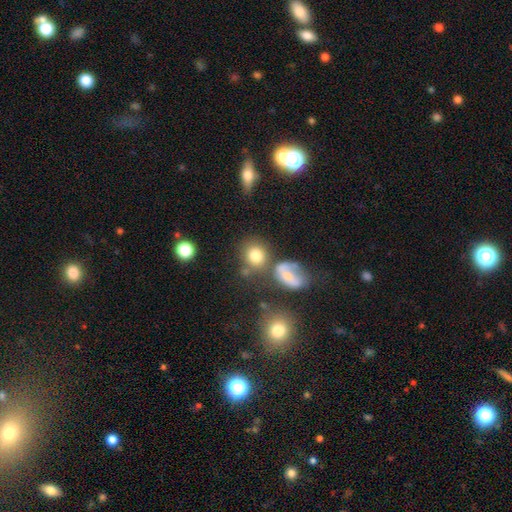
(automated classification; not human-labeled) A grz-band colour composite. It shows a smooth galaxy with no disk features (76%) that is round (73%). Merging: none (56%).